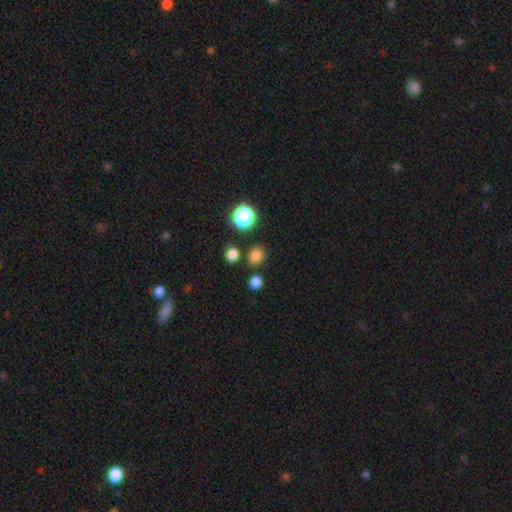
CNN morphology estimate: smooth 79%, star or artifact 17%, featured or disk 4%. Down the decision tree: how rounded — round (63%); merging — none (80%).